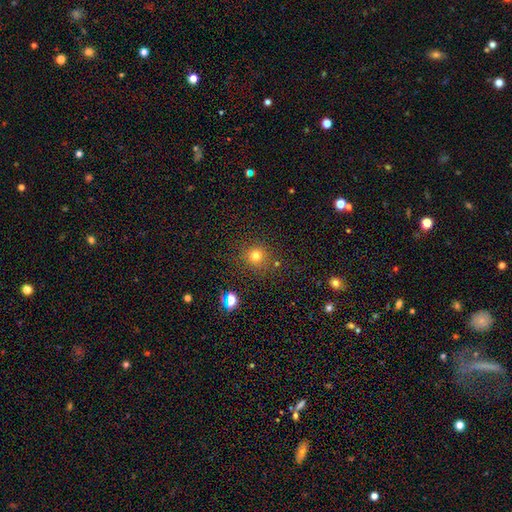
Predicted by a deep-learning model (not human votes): Overall: smooth (72%). How rounded: round (91%). Merging: none (83%).